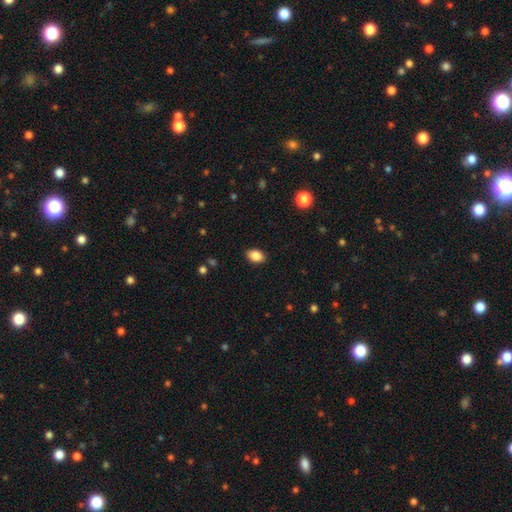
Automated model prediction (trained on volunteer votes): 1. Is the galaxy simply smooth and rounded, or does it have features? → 87% smooth, 8% star or artifact, 5% featured or disk.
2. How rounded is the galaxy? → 85% in between, 13% round, 1% cigar-shaped.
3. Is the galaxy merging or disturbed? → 89% none, 8% minor disturbance, 2% major disturbance, 1% merger.